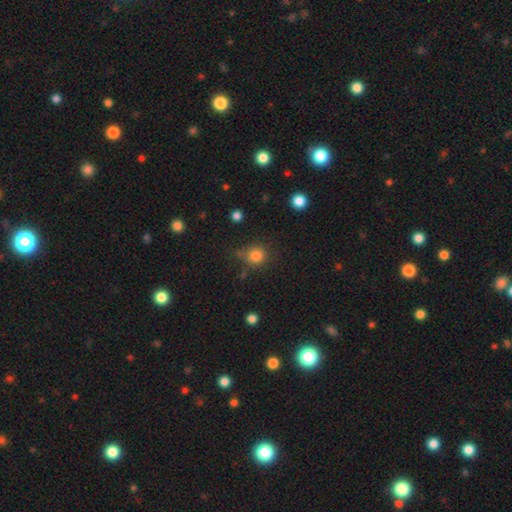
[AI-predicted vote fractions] Overall: smooth (82%). How rounded: round (84%). Merging: none (68%).